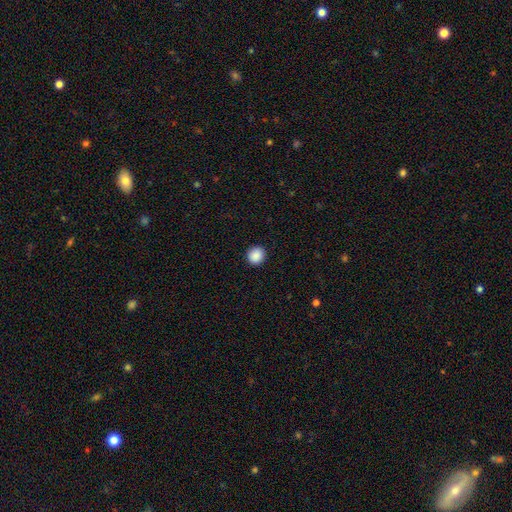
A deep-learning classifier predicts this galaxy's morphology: This is clearly a smooth galaxy (89%). How rounded: clearly round (90%). Merging: clearly none (92%).